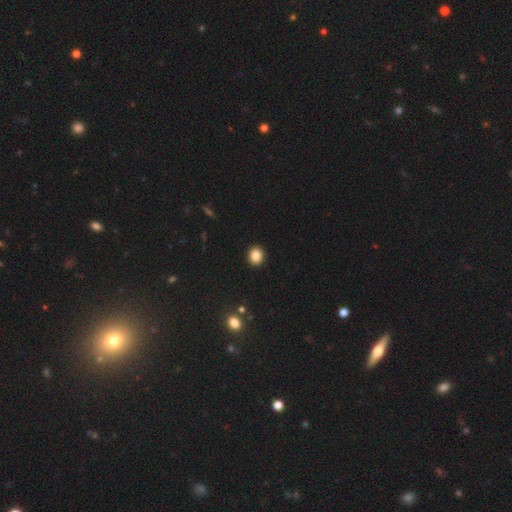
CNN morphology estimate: smooth 85%, star or artifact 10%, featured or disk 5%. Down the decision tree: how rounded — round (72%); merging — none (93%).